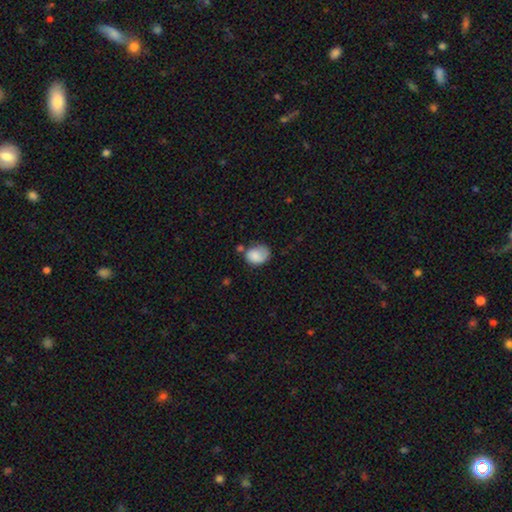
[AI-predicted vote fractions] Smooth or featured: smooth — 78% (featured or disk — 15%)
How rounded: in between — 63% (round — 36%)
Merging: none — 46% (minor disturbance — 32%)